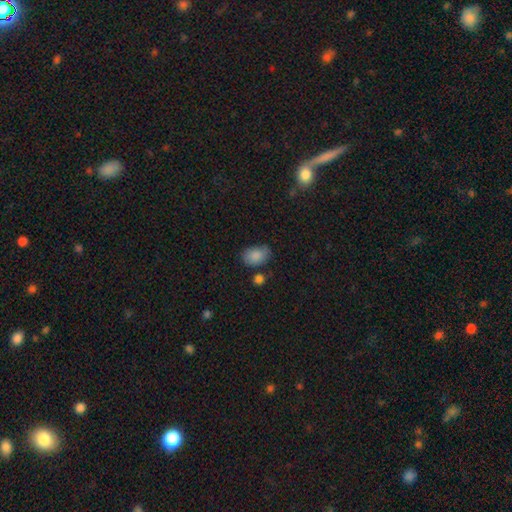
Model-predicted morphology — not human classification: A smooth galaxy with no disk features (85%) that is in between round and cigar-shaped (82%).

Vote fractions:
- Smooth or featured? smooth: 85% / star or artifact: 8% / featured or disk: 7%
- How rounded? in between: 82% / round: 17% / cigar-shaped: 1%
- Merging? none: 62% / minor disturbance: 26% / merger: 7% / major disturbance: 6%